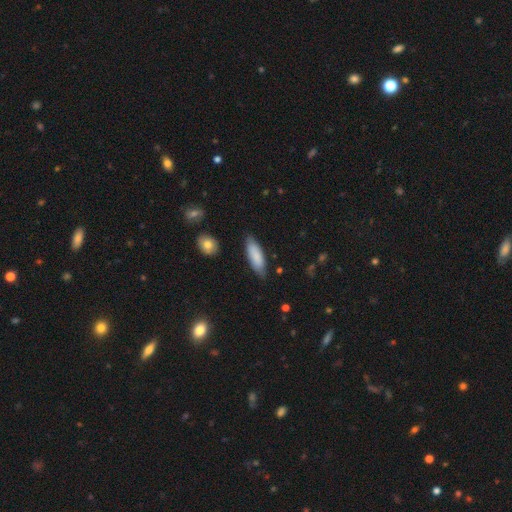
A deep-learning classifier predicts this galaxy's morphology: smooth-or-featured: smooth: 84% | featured or disk: 10% | star or artifact: 6%
  how-rounded: in between: 61% | cigar-shaped: 38% | round: 2%
  merging: none: 81% | minor disturbance: 15% | major disturbance: 3% | merger: 2%